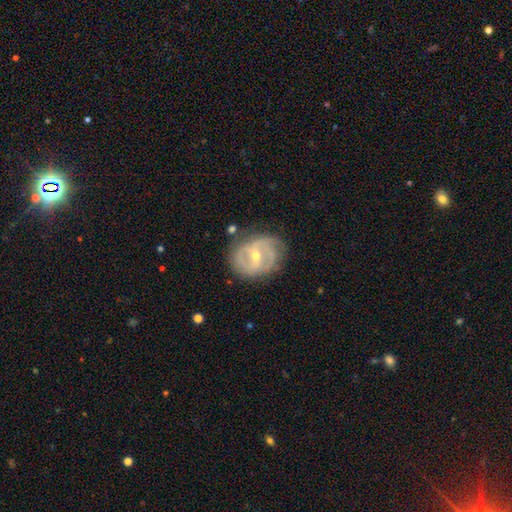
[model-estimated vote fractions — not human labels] smooth_or_featured: featured or disk (p=0.83) [alt: smooth p=0.12]
disk_edge_on: no (p=0.97) [alt: yes p=0.03]
bar: weak (p=0.45) [alt: strong p=0.30]
has_spiral_arms: yes (p=0.84) [alt: no p=0.16]
spiral_winding: tight (p=0.43) [alt: medium p=0.40]
spiral_arm_count: 2 (p=0.51) [alt: can't tell p=0.23]
bulge_size: small (p=0.52) [alt: moderate p=0.46]
merging: none (p=0.70) [alt: minor disturbance p=0.21]